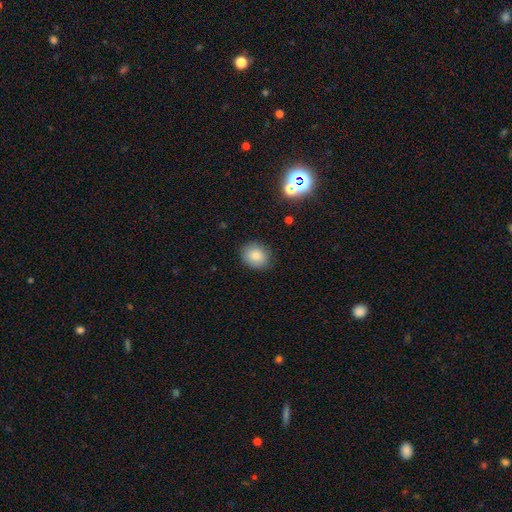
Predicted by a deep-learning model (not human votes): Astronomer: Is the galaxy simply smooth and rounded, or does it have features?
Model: smooth — 82%.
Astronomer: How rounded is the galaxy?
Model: round — 71%.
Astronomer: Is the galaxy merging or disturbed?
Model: none — 85%.